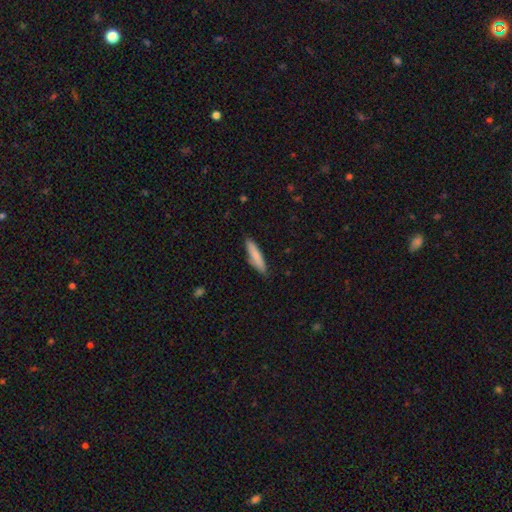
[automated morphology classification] Overall: smooth (82%). How rounded: cigar-shaped (81%). Merging: none (84%).